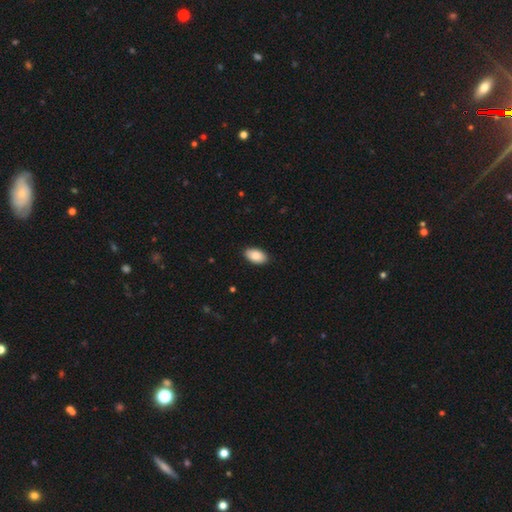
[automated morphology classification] smooth-or-featured: smooth: 89% | star or artifact: 6% | featured or disk: 5%
  how-rounded: in between: 95% | round: 4% | cigar-shaped: 1%
  merging: none: 89% | minor disturbance: 9% | major disturbance: 2% | merger: 1%